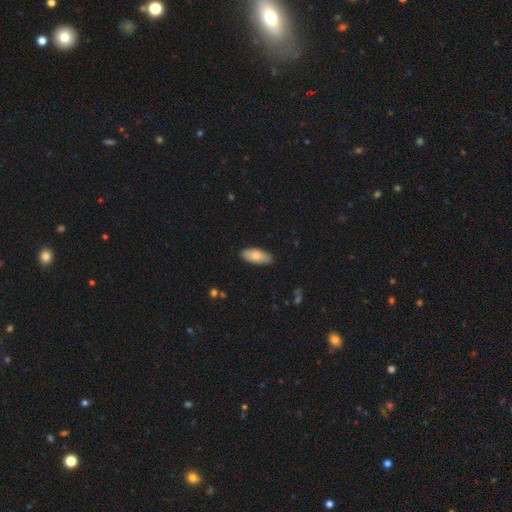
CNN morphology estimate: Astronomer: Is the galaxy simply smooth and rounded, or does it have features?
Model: smooth — 82%.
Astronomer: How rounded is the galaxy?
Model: in between — 85%.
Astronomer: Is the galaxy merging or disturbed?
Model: none — 87%.